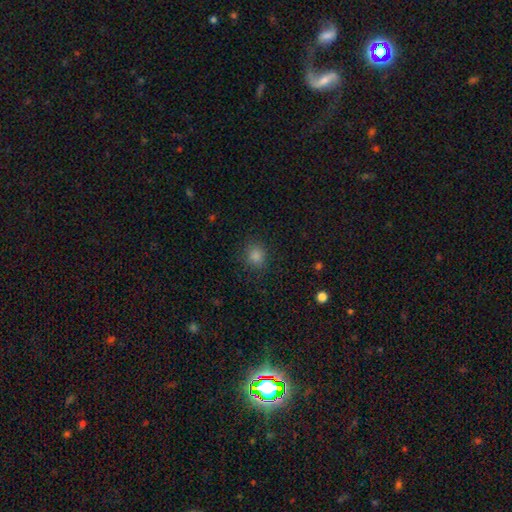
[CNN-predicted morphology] This is clearly a smooth galaxy (80%). How rounded: clearly round (83%). Merging: clearly none (88%).